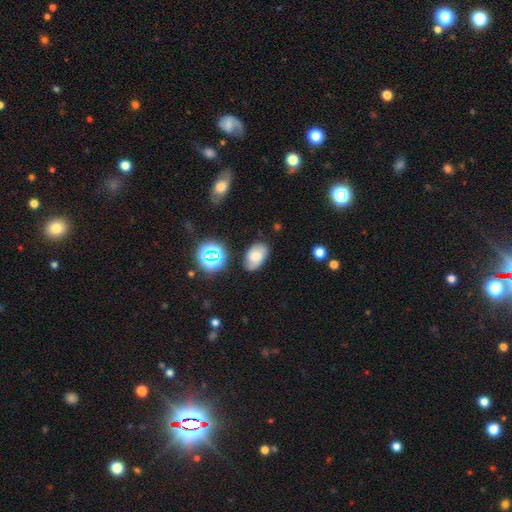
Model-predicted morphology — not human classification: Overall: smooth (61%; featured or disk 26%). How rounded: in between (87%). Merging: none (74%).